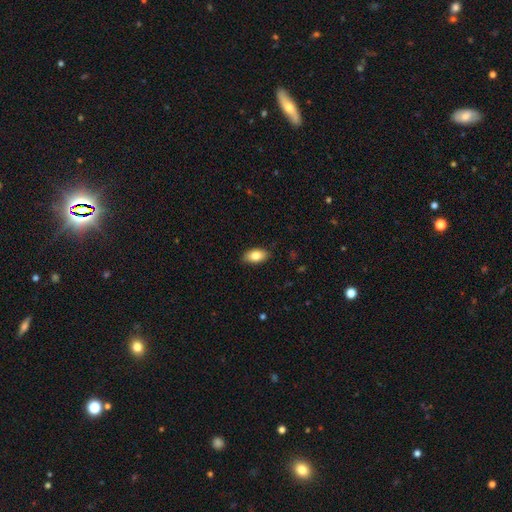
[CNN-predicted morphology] Overall: smooth (82%). How rounded: in between (92%). Merging: none (87%).